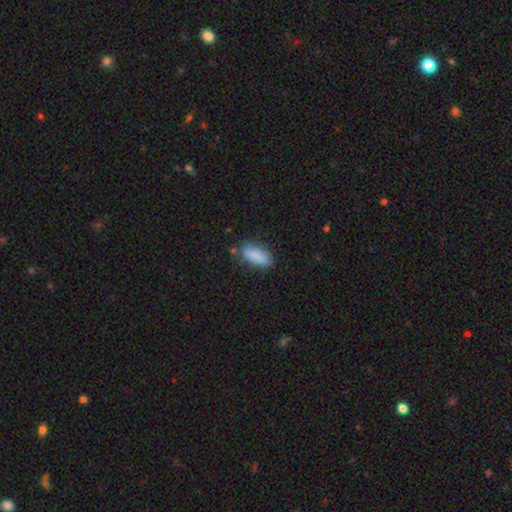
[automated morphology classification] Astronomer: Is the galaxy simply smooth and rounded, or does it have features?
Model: smooth — 88%.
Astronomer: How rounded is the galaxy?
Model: in between — 76%.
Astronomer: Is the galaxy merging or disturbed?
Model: none — 79%.